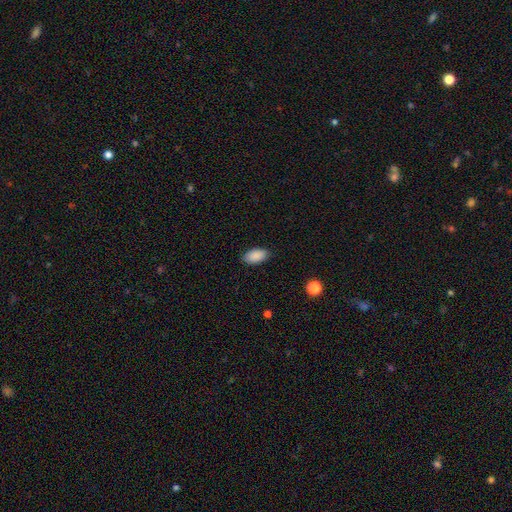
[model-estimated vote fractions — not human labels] smooth 89%, star or artifact 7%, featured or disk 4%. Down the decision tree: how rounded — in between (94%); merging — none (86%).